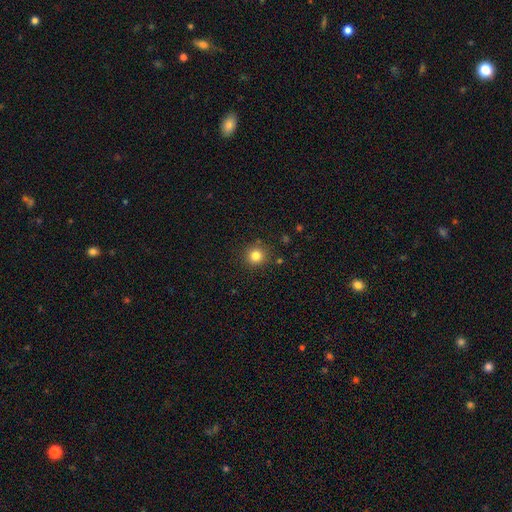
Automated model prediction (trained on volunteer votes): Overall: smooth (82%). How rounded: round (93%). Merging: none (89%).